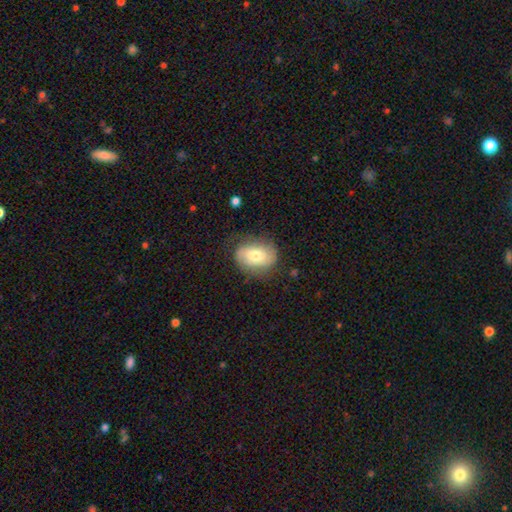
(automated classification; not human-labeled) The model was most divided on "smooth or featured": smooth: 59%, featured or disk: 33%, star or artifact: 8%. More confident: merging — none (71%); how rounded — in between (66%).